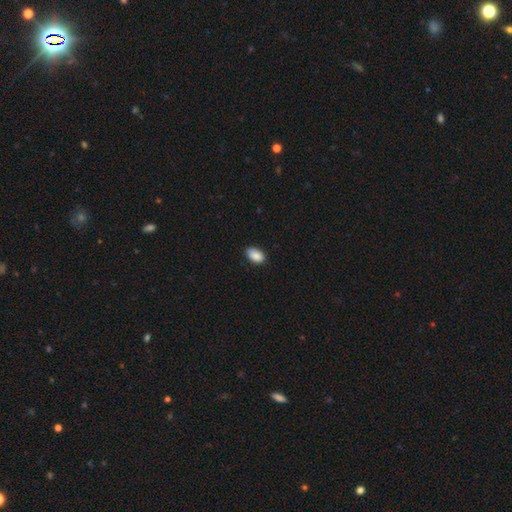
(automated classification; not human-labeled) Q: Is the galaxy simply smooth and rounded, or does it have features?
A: smooth — 89%.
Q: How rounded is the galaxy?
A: in between — 92%.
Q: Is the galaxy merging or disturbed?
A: none — 84%.